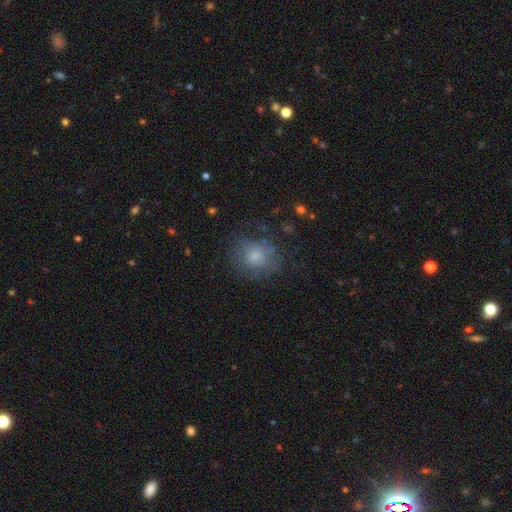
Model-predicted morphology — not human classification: smooth_or_featured: smooth (p=0.70) [alt: featured or disk p=0.19]
how_rounded: round (p=0.75) [alt: in between p=0.24]
merging: none (p=0.63) [alt: minor disturbance p=0.22]